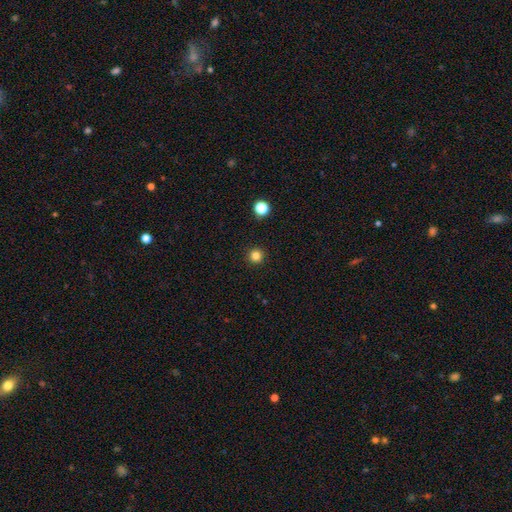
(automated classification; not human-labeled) Smooth or featured? Predicted: smooth (p=0.82). How rounded? Predicted: round (p=0.96). Merging? Predicted: none (p=0.93).